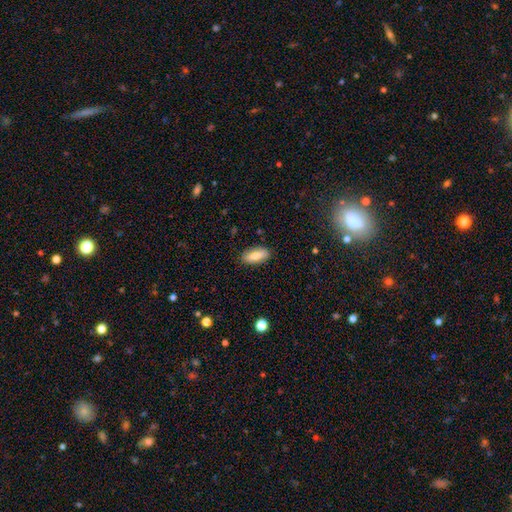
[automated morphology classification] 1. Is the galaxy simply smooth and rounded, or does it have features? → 77% smooth, 17% featured or disk, 7% star or artifact.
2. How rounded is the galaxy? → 81% in between, 16% cigar-shaped, 3% round.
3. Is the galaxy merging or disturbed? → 86% none, 10% minor disturbance, 2% major disturbance, 1% merger.